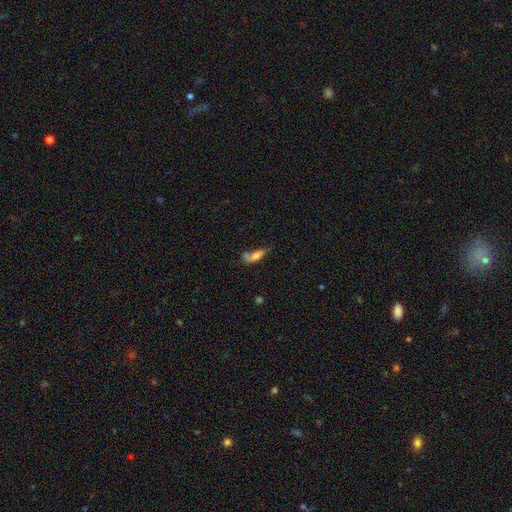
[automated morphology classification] This appears to be a smooth galaxy with no disk features (68%) that is in between round and cigar-shaped (57%). Merging: none (31%).